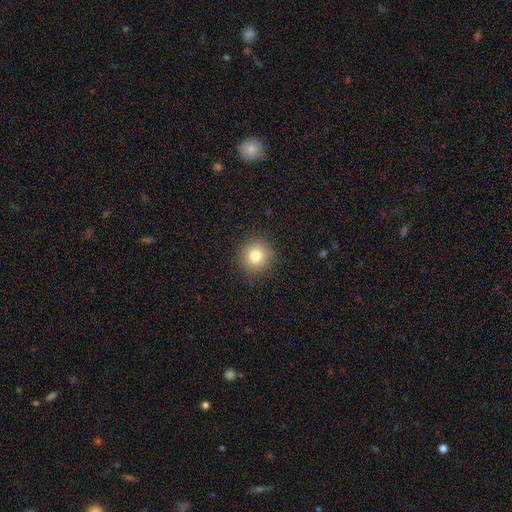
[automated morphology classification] This is clearly a smooth galaxy (81%). How rounded: clearly round (94%). Merging: clearly none (90%).